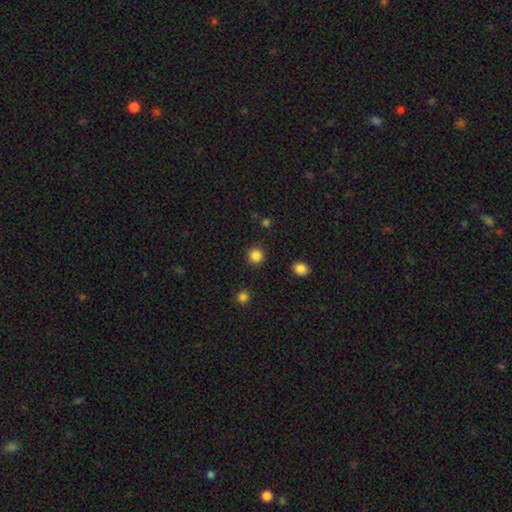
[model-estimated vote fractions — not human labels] The model was most divided on "smooth or featured": smooth: 86%, star or artifact: 11%, featured or disk: 3%. More confident: how rounded — round (94%); merging — none (90%).